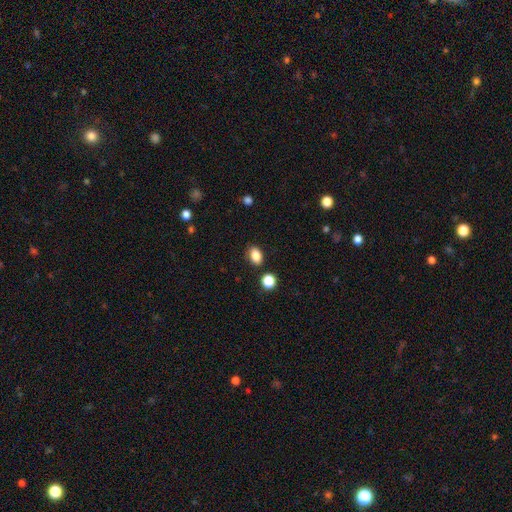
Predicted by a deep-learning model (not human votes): Q: Smooth or featured?
A: smooth (86%); runner-up: star or artifact (10%)
Q: How rounded?
A: in between (75%); runner-up: round (24%)
Q: Merging?
A: none (84%); runner-up: minor disturbance (10%)